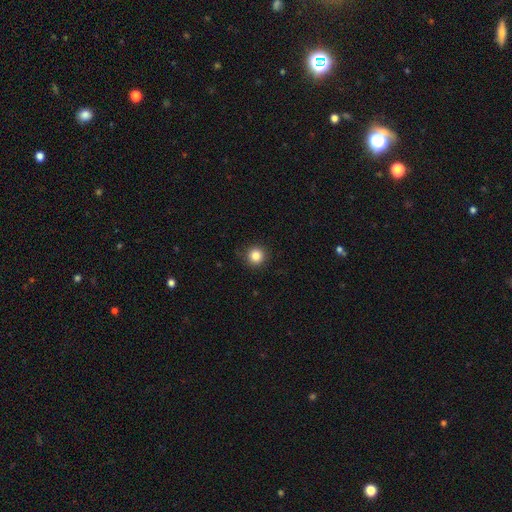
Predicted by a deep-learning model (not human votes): Smooth or featured? Predicted: smooth (p=0.84). How rounded? Predicted: round (p=0.95). Merging? Predicted: none (p=0.90).